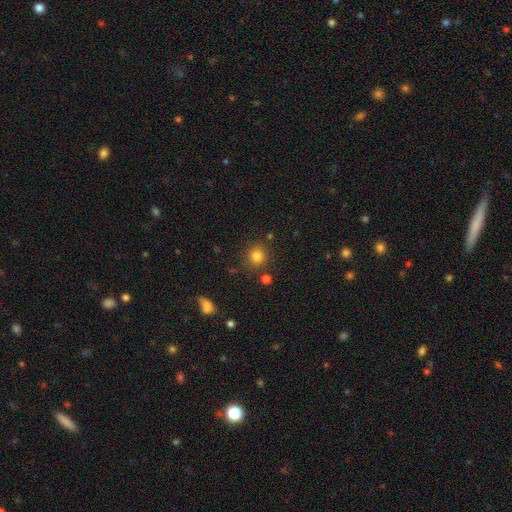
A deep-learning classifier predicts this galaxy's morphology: smooth 81%, star or artifact 13%, featured or disk 6%. Down the decision tree: how rounded — round (89%); merging — none (83%).